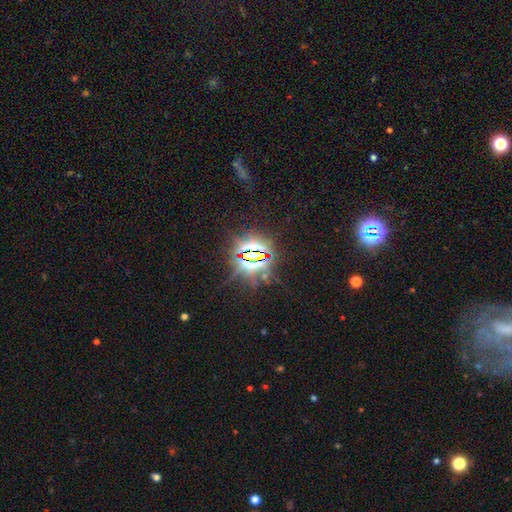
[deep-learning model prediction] smooth-or-featured: star or artifact: 83% | smooth: 8% | featured or disk: 8%